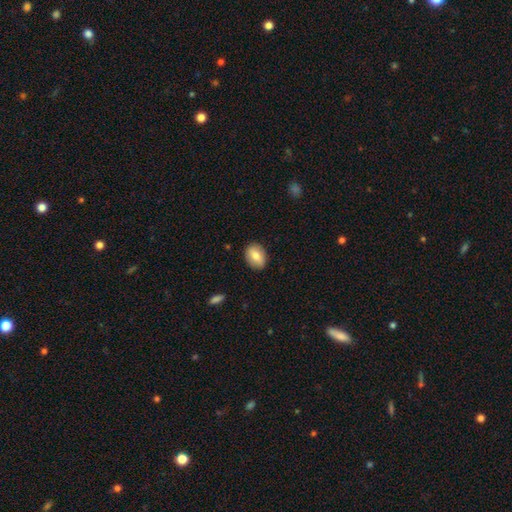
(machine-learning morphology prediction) Q: Smooth or featured?
A: smooth (77%); runner-up: featured or disk (16%)
Q: How rounded?
A: in between (69%); runner-up: round (29%)
Q: Merging?
A: none (87%); runner-up: minor disturbance (10%)